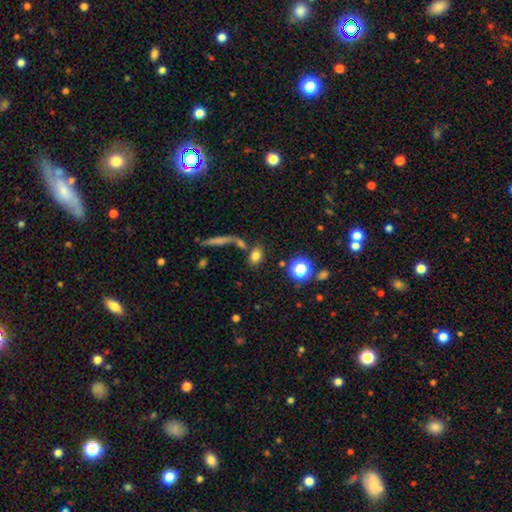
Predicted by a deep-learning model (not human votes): Smooth or featured? Predicted: smooth (p=0.75). How rounded? Predicted: in between (p=0.73). Merging? Predicted: none (p=0.63).